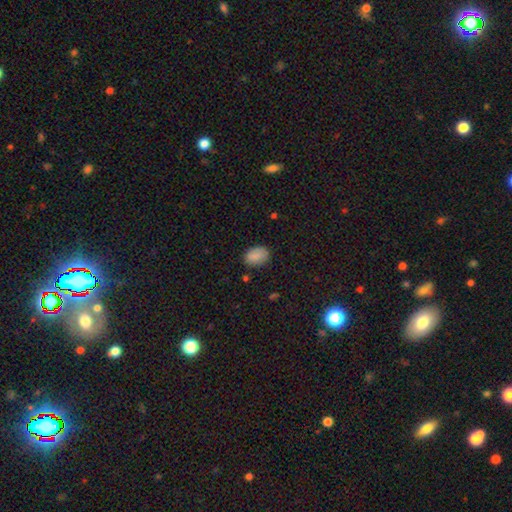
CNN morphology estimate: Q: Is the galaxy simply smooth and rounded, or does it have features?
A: smooth — 86%.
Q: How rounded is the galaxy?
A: in between — 82%.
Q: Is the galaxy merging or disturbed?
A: none — 79%.